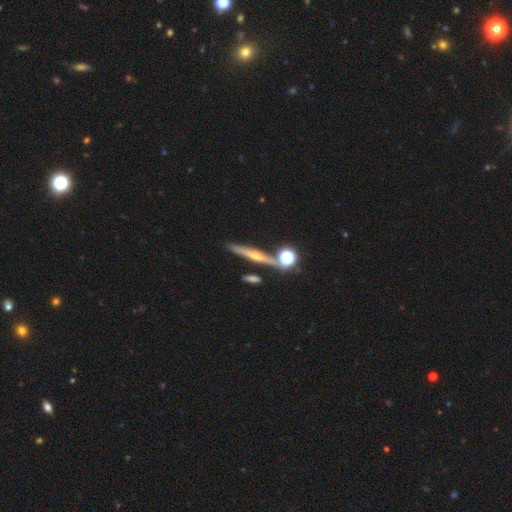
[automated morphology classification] This is possibly a featured or disk galaxy (57%). It is clearly viewed edge-on (88%). Edge-on bulge: likely rounded (79%). Merging: likely none (72%).